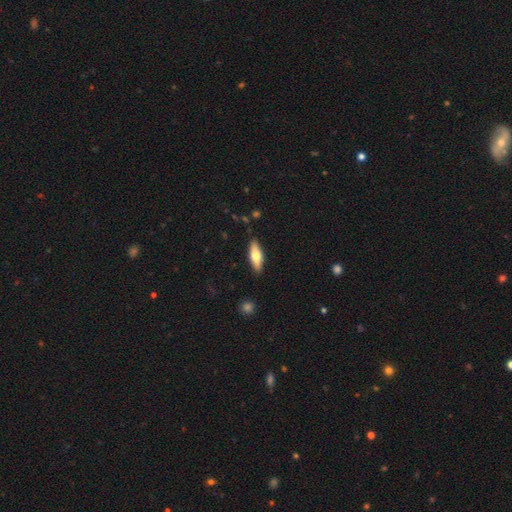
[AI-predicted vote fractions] Overall: smooth (62%; featured or disk 32%). How rounded: in between (56%; cigar-shaped 42%). Merging: none (88%).